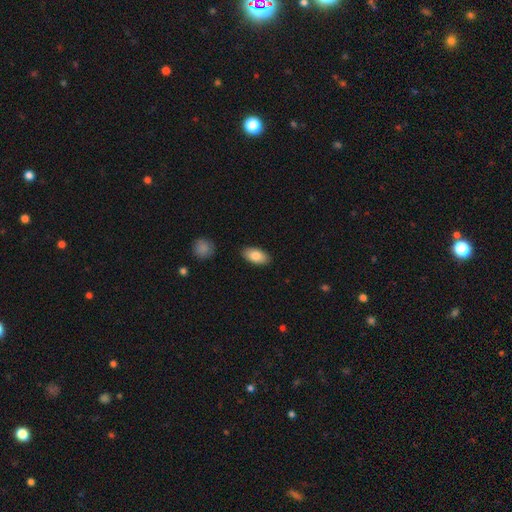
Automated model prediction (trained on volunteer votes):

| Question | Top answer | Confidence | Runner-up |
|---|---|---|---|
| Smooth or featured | smooth | 83% | featured or disk (11%) |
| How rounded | in between | 93% | cigar-shaped (4%) |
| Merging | none | 87% | minor disturbance (9%) |